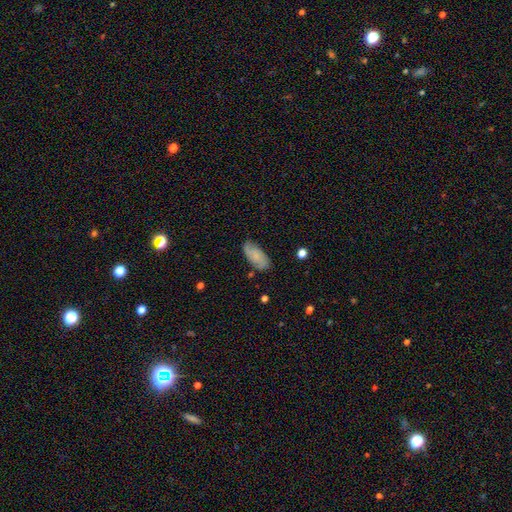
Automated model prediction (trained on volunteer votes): Morphology: type=smooth (62%); roundness=in between (89%); merging=none (75%).